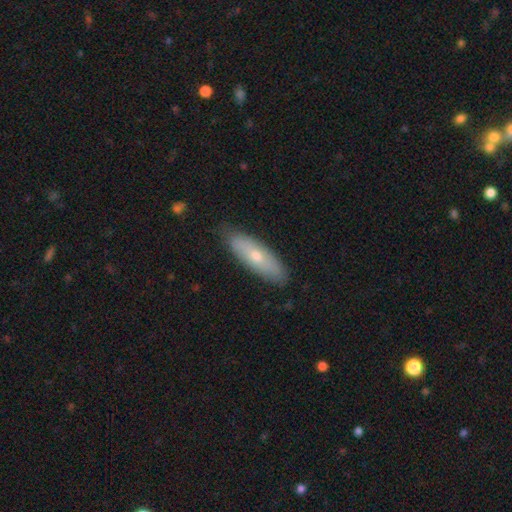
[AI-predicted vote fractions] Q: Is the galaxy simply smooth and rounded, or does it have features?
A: smooth — 61%.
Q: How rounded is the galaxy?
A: in between — 52%.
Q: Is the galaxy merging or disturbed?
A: none — 84%.